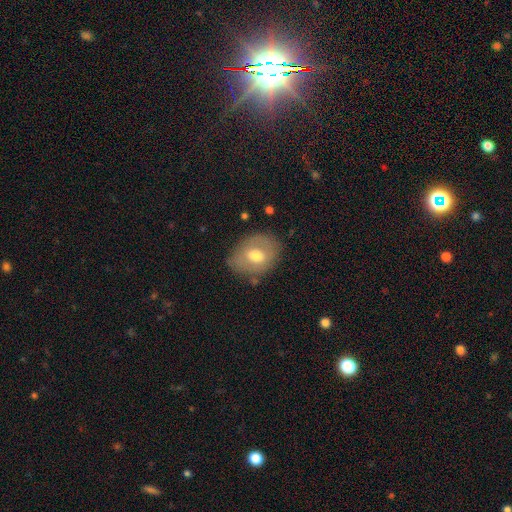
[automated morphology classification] smooth 57%, featured or disk 36%, star or artifact 7%. Down the decision tree: how rounded — in between (61%); merging — none (73%).